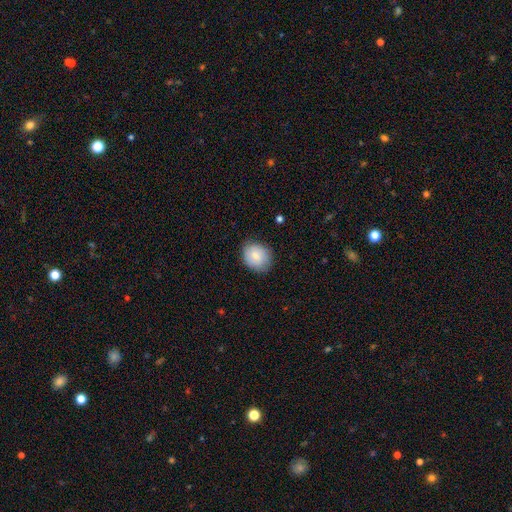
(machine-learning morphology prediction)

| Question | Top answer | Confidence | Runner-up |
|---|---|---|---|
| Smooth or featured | smooth | 81% | featured or disk (12%) |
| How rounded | round | 60% | in between (40%) |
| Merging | none | 80% | minor disturbance (16%) |